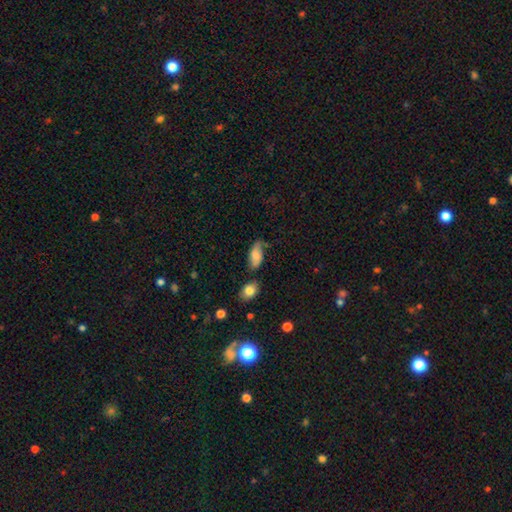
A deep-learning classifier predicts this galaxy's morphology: The model was most divided on "merging": none: 52%, minor disturbance: 29%, major disturbance: 11%, merger: 8%. More confident: how rounded — in between (89%); smooth or featured — smooth (63%).